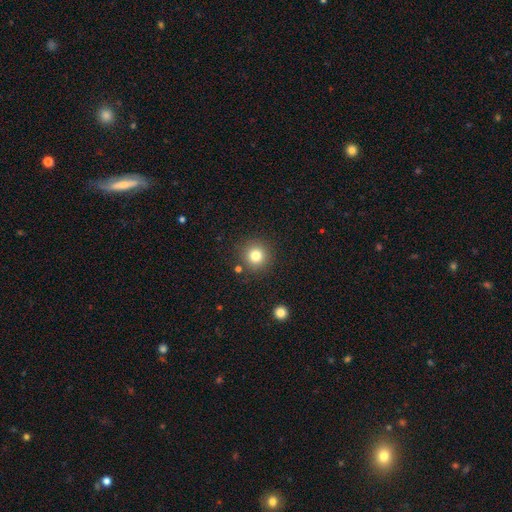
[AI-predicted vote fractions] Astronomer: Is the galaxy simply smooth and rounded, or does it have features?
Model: smooth — 81%.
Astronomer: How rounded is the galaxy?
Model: round — 94%.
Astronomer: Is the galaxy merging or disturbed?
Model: none — 87%.